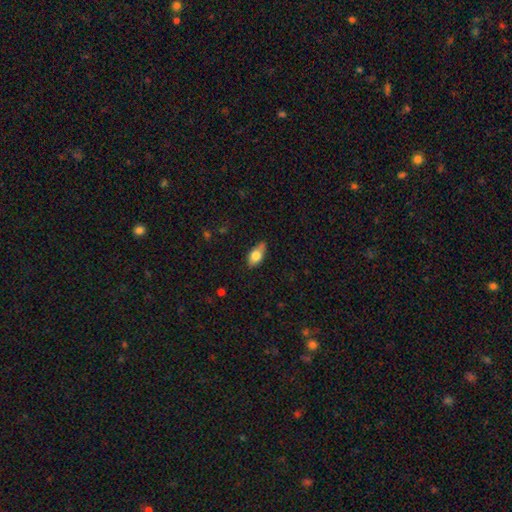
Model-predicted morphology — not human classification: Smooth or featured?
  - smooth: 75% *
  - featured or disk: 17%
  - star or artifact: 7%
How rounded?
  - in between: 88% *
  - round: 6%
  - cigar-shaped: 6%
Merging?
  - none: 65% *
  - minor disturbance: 27%
  - major disturbance: 4%
  - merger: 3%